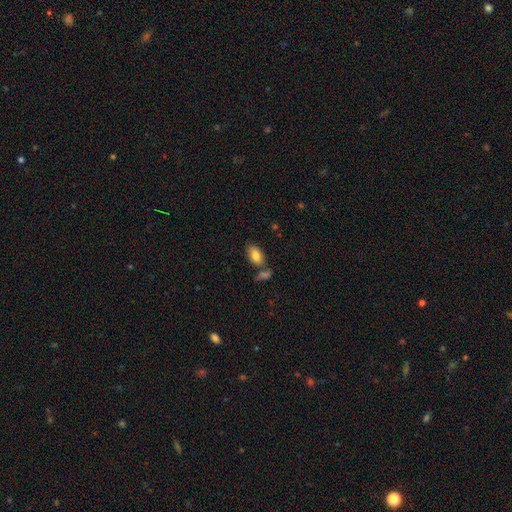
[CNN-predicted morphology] This appears to be a smooth galaxy with no disk features (82%) that is in between round and cigar-shaped (92%). Merging: none (64%).